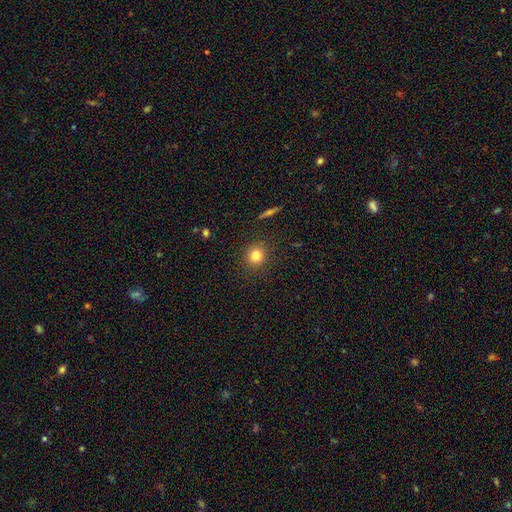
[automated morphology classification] type=smooth (81%); roundness=round (89%); merging=none (90%).